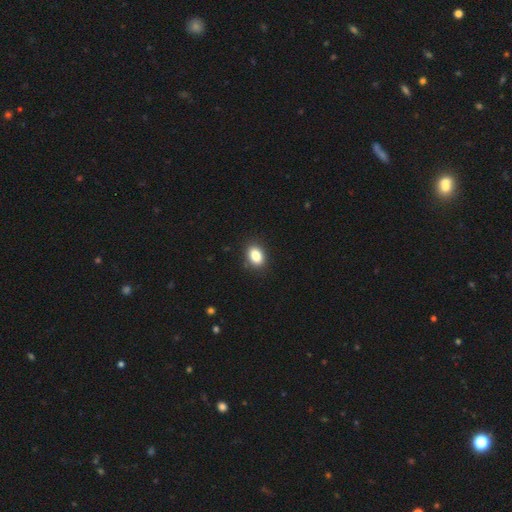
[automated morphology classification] Smooth or featured? smooth (85%)
How rounded? in between (80%)
Merging? none (88%)